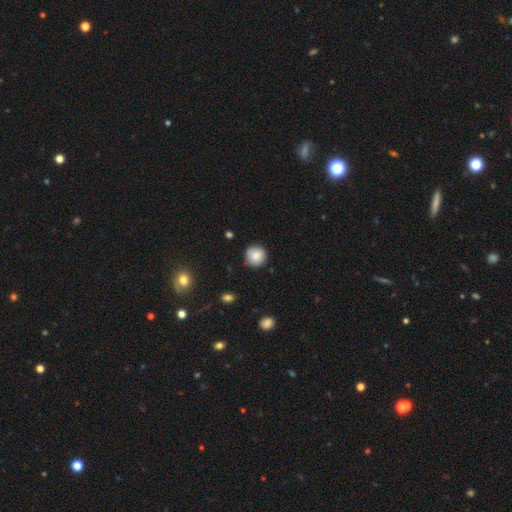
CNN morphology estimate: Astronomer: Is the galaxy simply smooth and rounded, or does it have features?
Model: smooth — 85%.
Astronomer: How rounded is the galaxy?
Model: round — 94%.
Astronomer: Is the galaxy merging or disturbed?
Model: none — 88%.